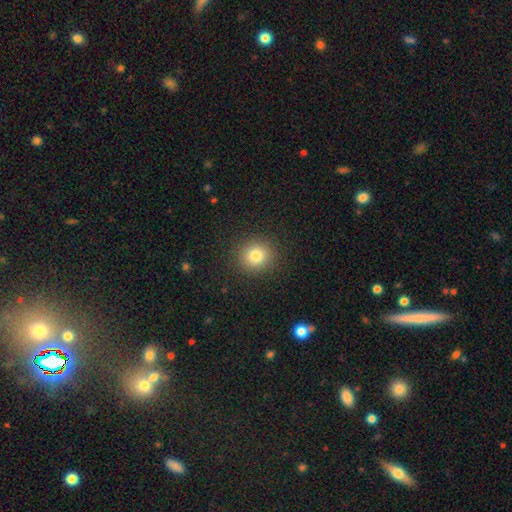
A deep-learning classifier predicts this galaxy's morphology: smooth-or-featured: smooth: 81% | star or artifact: 12% | featured or disk: 7%
  how-rounded: round: 89% | in between: 10% | cigar-shaped: 1%
  merging: none: 90% | minor disturbance: 6% | major disturbance: 3% | merger: 1%